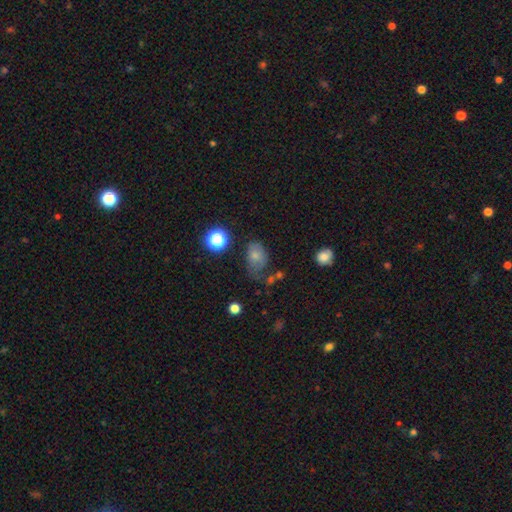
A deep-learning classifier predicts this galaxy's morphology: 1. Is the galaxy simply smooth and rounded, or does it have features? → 70% smooth, 16% featured or disk, 14% star or artifact.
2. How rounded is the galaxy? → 78% in between, 21% round, 1% cigar-shaped.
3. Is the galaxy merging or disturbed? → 40% none, 34% minor disturbance, 20% major disturbance, 6% merger.